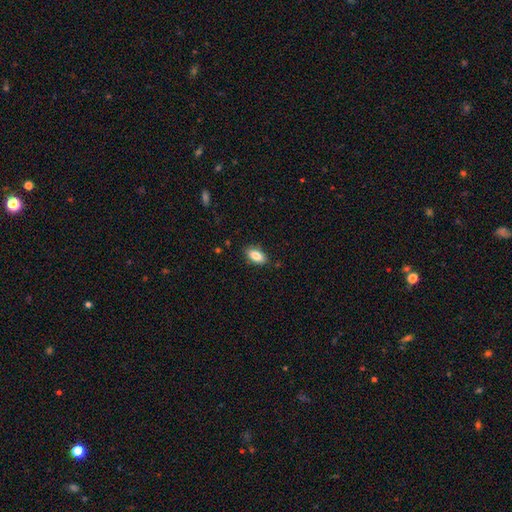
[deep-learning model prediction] Smooth or featured? smooth (84%)
How rounded? in between (91%)
Merging? none (86%)